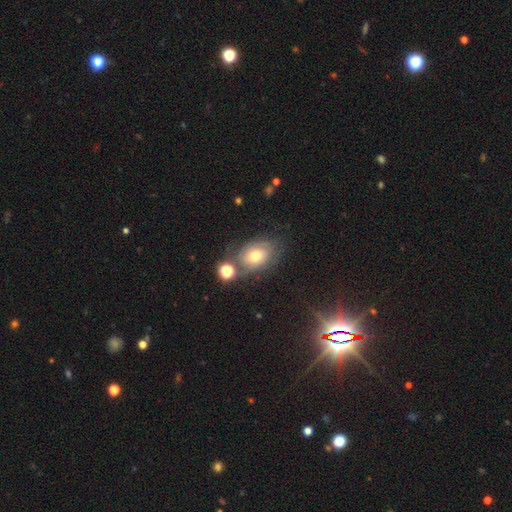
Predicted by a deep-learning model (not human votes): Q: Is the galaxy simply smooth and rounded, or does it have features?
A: smooth — 50%.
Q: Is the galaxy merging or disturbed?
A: none — 54%.